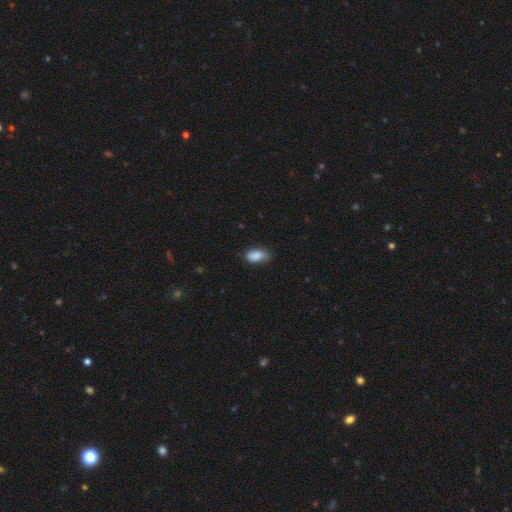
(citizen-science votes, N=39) A smooth galaxy with no disk features (90%) that is in between round and cigar-shaped (89%). Merging: none (68%).